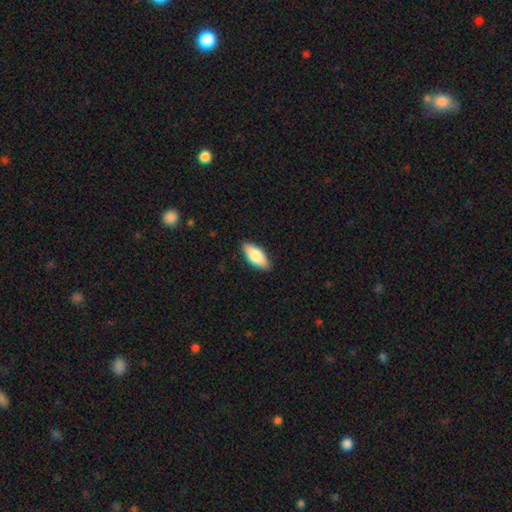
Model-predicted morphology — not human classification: This is clearly a smooth galaxy (81%). How rounded: clearly in between (84%). Merging: clearly none (88%).